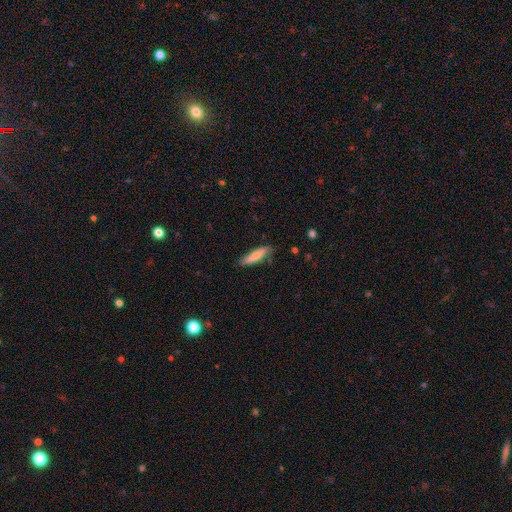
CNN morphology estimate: A smooth galaxy with no disk features (74%) that is cigar-shaped (73%).

Vote fractions:
- Smooth or featured? smooth: 74% / featured or disk: 20% / star or artifact: 6%
- How rounded? cigar-shaped: 73% / in between: 25% / round: 1%
- Merging? none: 81% / minor disturbance: 15% / major disturbance: 2% / merger: 2%